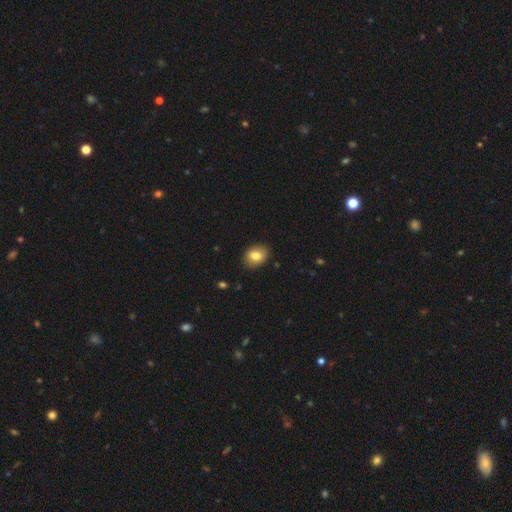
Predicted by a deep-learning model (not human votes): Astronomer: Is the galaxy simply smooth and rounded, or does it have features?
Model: smooth — 82%.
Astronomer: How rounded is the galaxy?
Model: in between — 62% (runner-up: round, 37%).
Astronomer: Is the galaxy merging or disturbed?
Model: none — 88%.